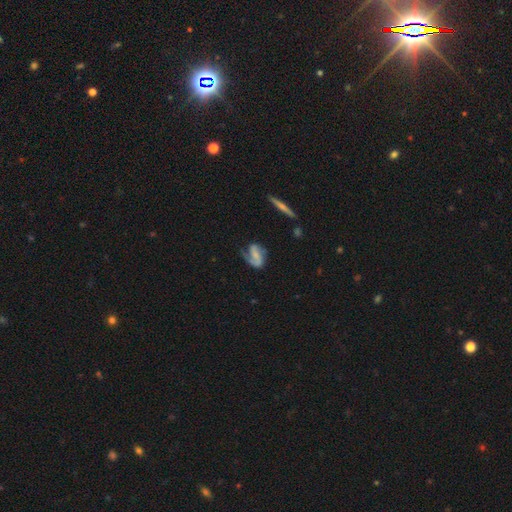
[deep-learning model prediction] smooth_or_featured: featured or disk (p=0.77) [alt: smooth p=0.17]
disk_edge_on: no (p=0.96) [alt: yes p=0.04]
bar: weak (p=0.37) [alt: no p=0.35]
has_spiral_arms: yes (p=0.94) [alt: no p=0.06]
spiral_winding: medium (p=0.44) [alt: loose p=0.35]
spiral_arm_count: 2 (p=0.70) [alt: 1 p=0.23]
bulge_size: small (p=0.45) [alt: none p=0.30]
merging: none (p=0.56) [alt: minor disturbance p=0.23]